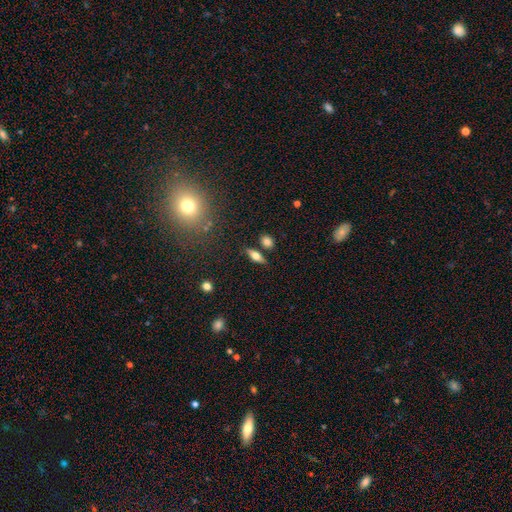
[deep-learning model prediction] smooth-or-featured: smooth: 58% | featured or disk: 33% | star or artifact: 9%
  how-rounded: in between: 66% | cigar-shaped: 28% | round: 6%
  merging: none: 77% | minor disturbance: 11% | merger: 8% | major disturbance: 3%